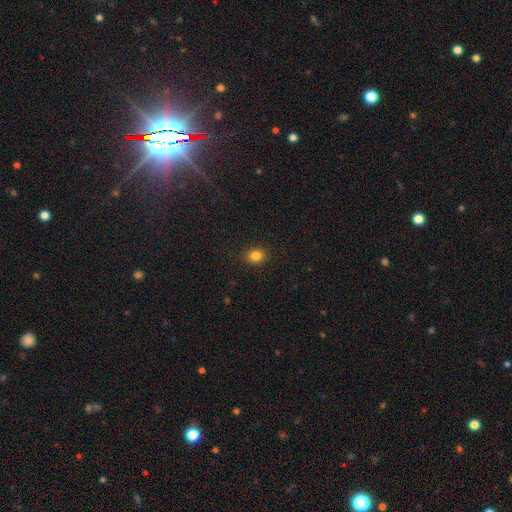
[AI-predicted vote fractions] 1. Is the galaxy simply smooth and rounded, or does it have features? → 83% smooth, 12% star or artifact, 5% featured or disk.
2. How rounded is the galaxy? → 56% round, 43% in between, 1% cigar-shaped.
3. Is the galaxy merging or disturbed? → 90% none, 7% minor disturbance, 2% major disturbance, 1% merger.